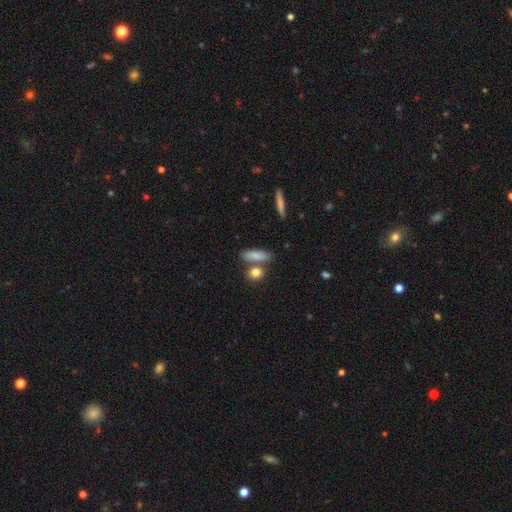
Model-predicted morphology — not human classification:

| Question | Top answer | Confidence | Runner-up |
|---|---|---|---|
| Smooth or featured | smooth | 81% | featured or disk (12%) |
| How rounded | in between | 53% | cigar-shaped (35%) |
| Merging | none | 65% | merger (19%) |